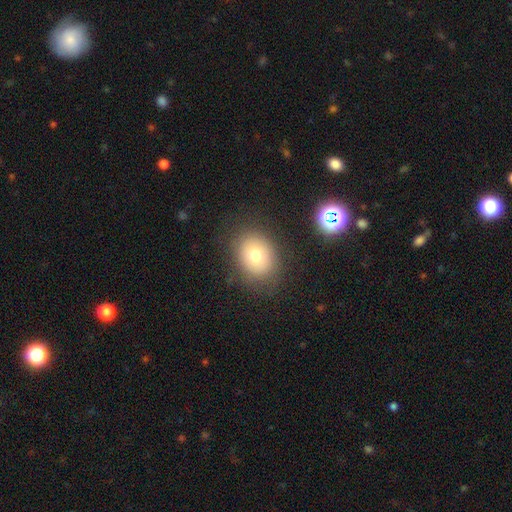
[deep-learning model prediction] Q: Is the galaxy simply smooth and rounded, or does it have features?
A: smooth — 72%.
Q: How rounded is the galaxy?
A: round — 53%.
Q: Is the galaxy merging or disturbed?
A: none — 83%.